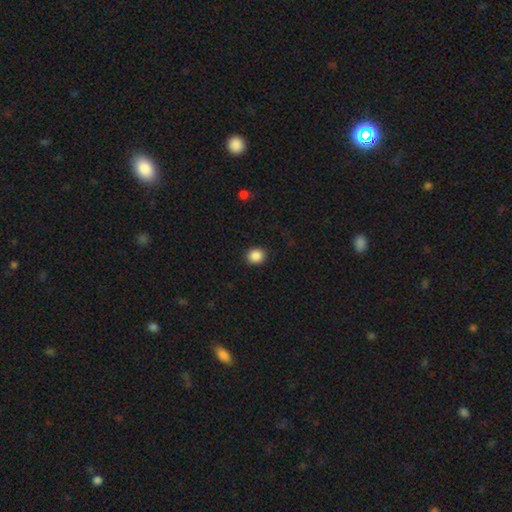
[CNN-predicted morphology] Overall: smooth (88%). How rounded: round (83%). Merging: none (91%).